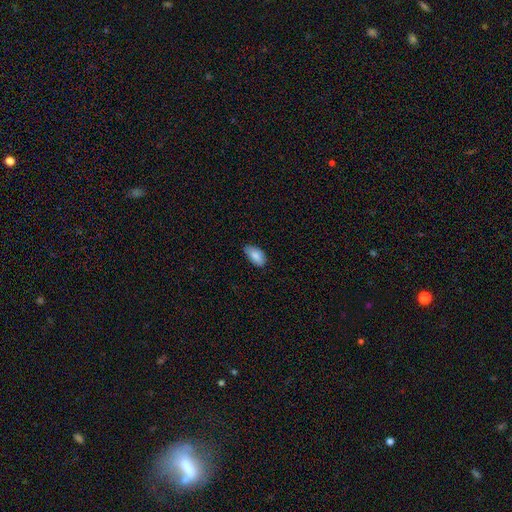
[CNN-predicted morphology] Smooth or featured?
  - smooth: 86% *
  - featured or disk: 7%
  - star or artifact: 7%
How rounded?
  - in between: 94% *
  - round: 4%
  - cigar-shaped: 2%
Merging?
  - none: 70% *
  - minor disturbance: 25%
  - major disturbance: 3%
  - merger: 1%